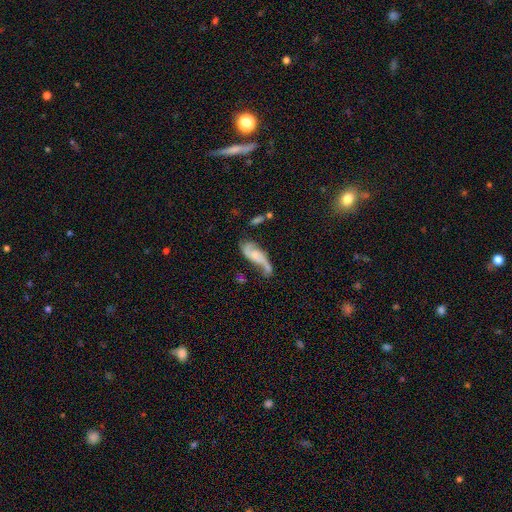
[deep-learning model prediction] smooth-or-featured: featured or disk: 68% | smooth: 24% | star or artifact: 8%
  disk-edge-on: no: 90% | yes: 10%
    bar: no: 61% | weak: 29% | strong: 9%
    has-spiral-arms: yes: 87% | no: 13%
      spiral-winding: loose: 65% | medium: 26% | tight: 9%
      spiral-arm-count: 2: 81% | 1: 8% | can't tell: 6% | 3: 2% | 4: 1% | more than 4: 1%
    bulge-size: small: 37% | none: 34% | moderate: 22% | large: 5% | dominant: 2%
  merging: none: 36% | major disturbance: 24% | minor disturbance: 24% | merger: 16%